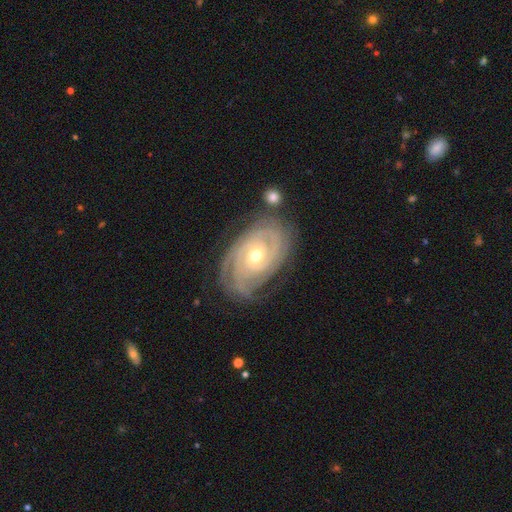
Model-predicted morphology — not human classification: A featured or disk galaxy (91%) with no bar (67%), 3 (30%) tight (83%) spiral arms (98%) and a small central bulge (49%).

Vote fractions:
- Smooth or featured? featured or disk: 91% / smooth: 5% / star or artifact: 4%
- Edge-on disk? no: 97% / yes: 3%
- Bar? no: 67% / weak: 24% / strong: 8%
- Spiral arms? yes: 98% / no: 2%
- Spiral winding? tight: 83% / medium: 14% / loose: 2%
- Spiral arm count? 3: 30% / 2: 23% / can't tell: 19% / 4: 16% / more than 4: 6% / 1: 5%
- Bulge size? small: 49% / moderate: 48% / large: 1% / none: 1% / dominant: 1%
- Merging? none: 75% / minor disturbance: 17% / major disturbance: 5% / merger: 3%